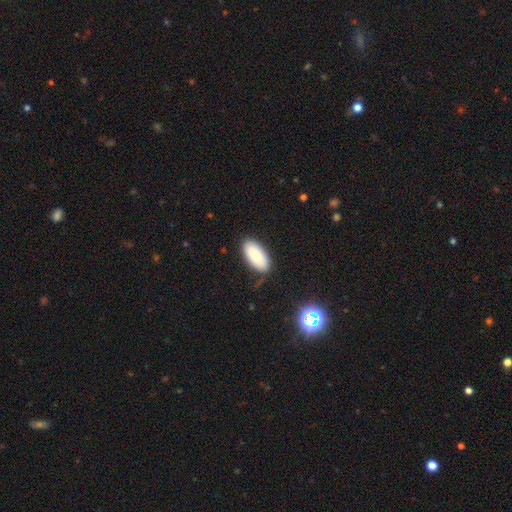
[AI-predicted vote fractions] smooth 82%, featured or disk 11%, star or artifact 7%. Down the decision tree: how rounded — in between (93%); merging — none (81%).